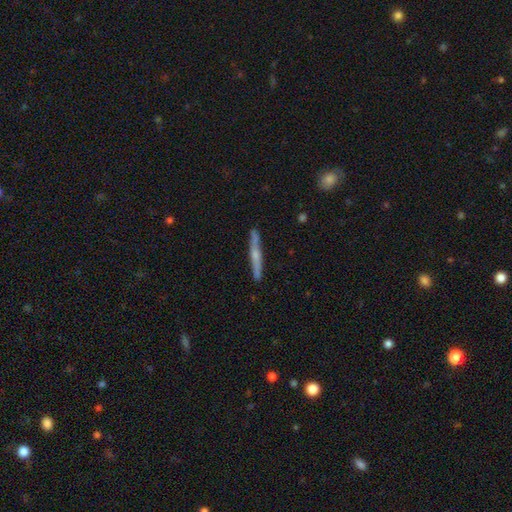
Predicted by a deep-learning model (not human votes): Overall: featured or disk (61%; smooth 33%). Edge-on disk: yes (96%). Edge-on bulge: rounded (63%; none 29%). Merging: none (88%).